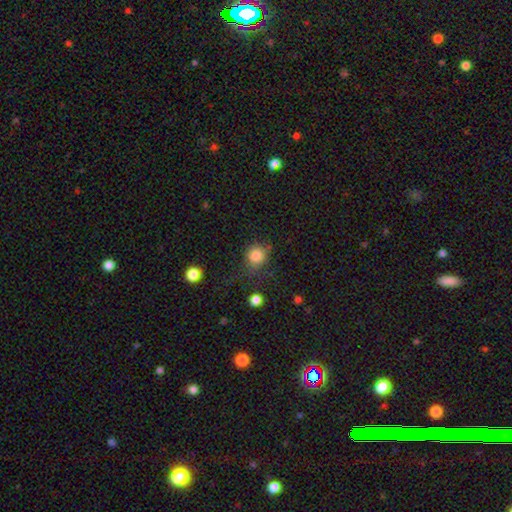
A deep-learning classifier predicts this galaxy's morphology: A smooth galaxy with no disk features (83%) that is round (89%). Merging: none (69%).